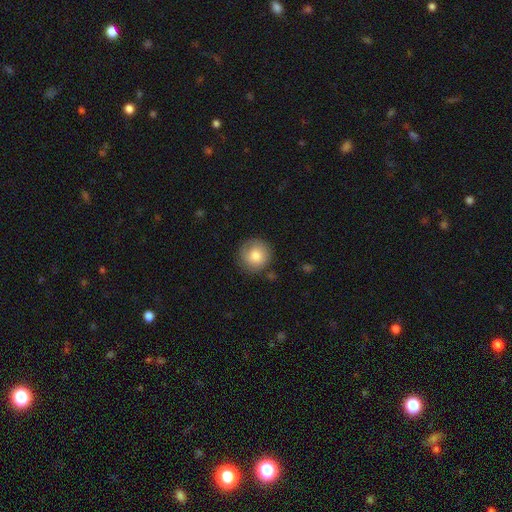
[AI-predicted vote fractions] Smooth or featured: smooth — 80% (featured or disk — 13%)
How rounded: round — 94% (in between — 5%)
Merging: none — 80% (minor disturbance — 14%)